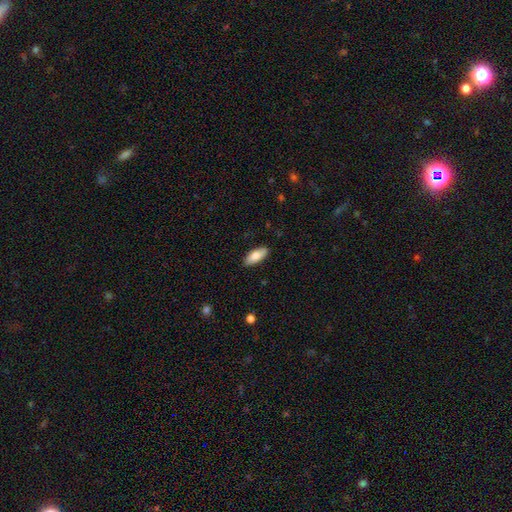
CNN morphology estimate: Smooth or featured?
  - smooth: 80% *
  - featured or disk: 14%
  - star or artifact: 6%
How rounded?
  - in between: 78% *
  - cigar-shaped: 20%
  - round: 2%
Merging?
  - none: 88% *
  - minor disturbance: 9%
  - major disturbance: 2%
  - merger: 1%